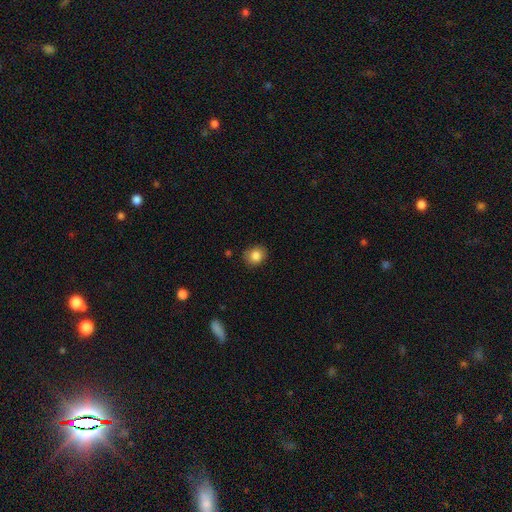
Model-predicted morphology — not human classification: Overall: smooth (85%). How rounded: round (70%). Merging: none (82%).